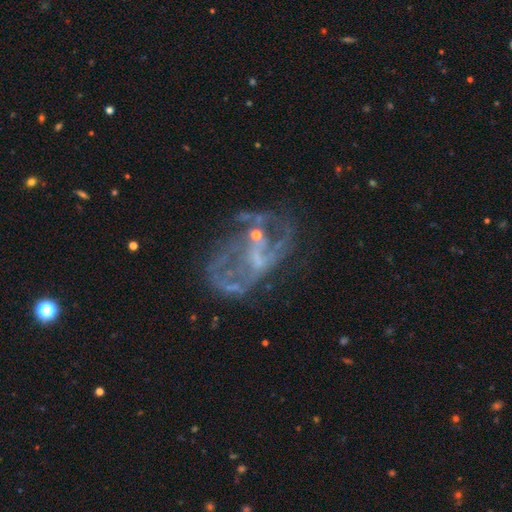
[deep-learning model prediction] smooth_or_featured: featured or disk (p=0.78) [alt: star or artifact p=0.13]
disk_edge_on: no (p=0.97) [alt: yes p=0.03]
bar: no (p=0.47) [alt: weak p=0.41]
has_spiral_arms: yes (p=0.64) [alt: no p=0.36]
bulge_size: small (p=0.50) [alt: none p=0.32]
merging: none (p=0.39) [alt: major disturbance p=0.32]